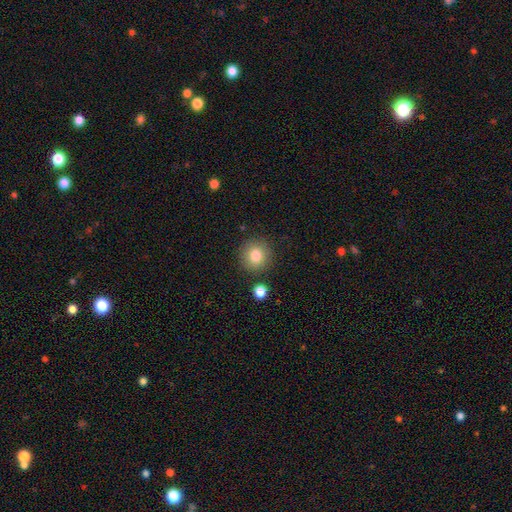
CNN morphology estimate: Smooth or featured? smooth (83%)
How rounded? round (91%)
Merging? none (86%)